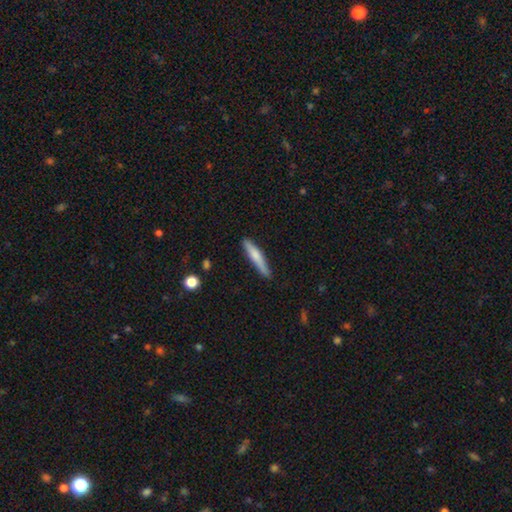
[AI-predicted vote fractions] Smooth or featured? Predicted: smooth (p=0.66). How rounded? Predicted: cigar-shaped (p=0.92). Merging? Predicted: none (p=0.84).